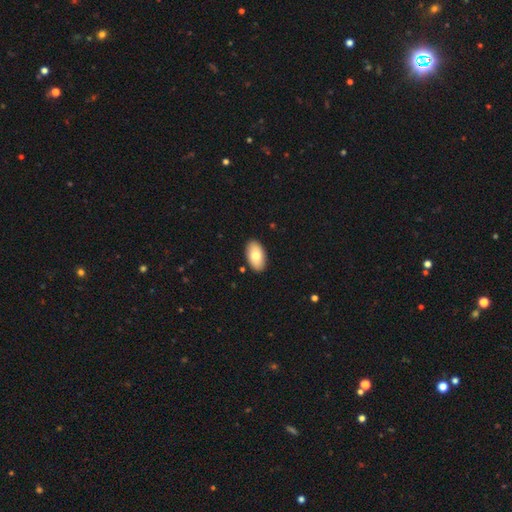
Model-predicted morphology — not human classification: Overall: smooth (77%). How rounded: in between (95%). Merging: none (90%).